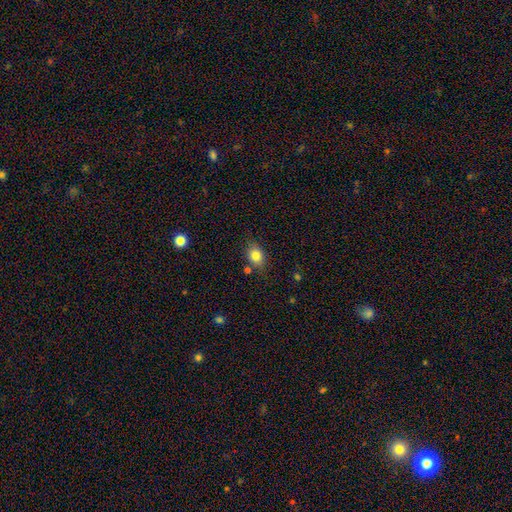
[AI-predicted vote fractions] smooth-or-featured: smooth: 82% | star or artifact: 10% | featured or disk: 8%
  how-rounded: in between: 62% | round: 37% | cigar-shaped: 1%
  merging: none: 77% | minor disturbance: 15% | merger: 5% | major disturbance: 3%